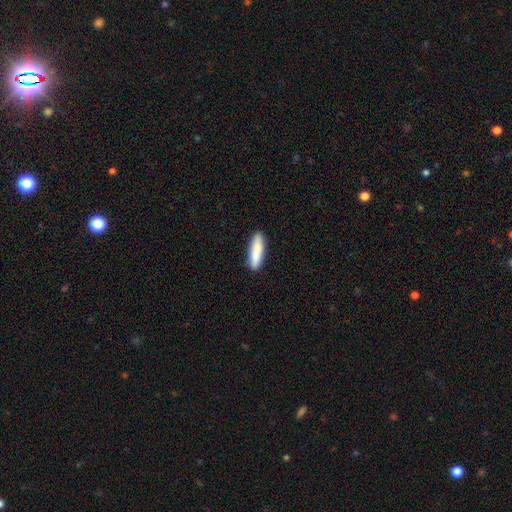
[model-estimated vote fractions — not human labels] smooth_or_featured: smooth (p=0.85) [alt: featured or disk p=0.09]
how_rounded: cigar-shaped (p=0.73) [alt: in between p=0.25]
merging: none (p=0.89) [alt: minor disturbance p=0.08]